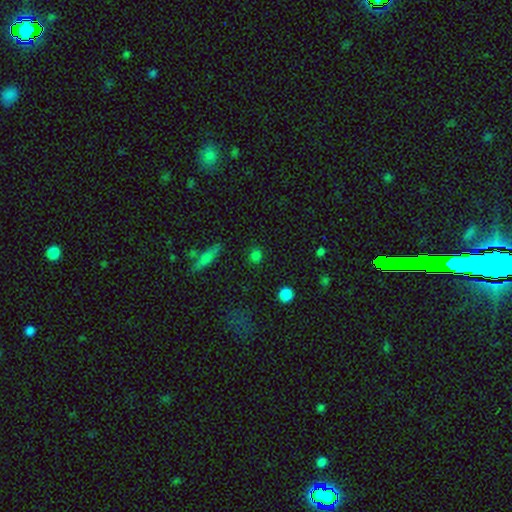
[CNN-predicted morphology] A smooth galaxy with no disk features (77%) that is round (79%). Merging: none (86%).